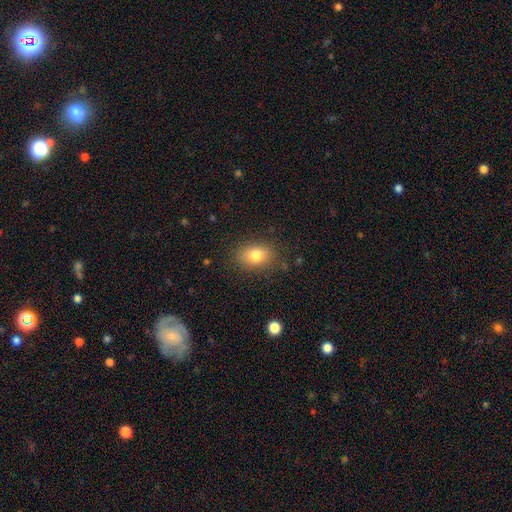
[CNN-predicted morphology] Smooth or featured: smooth — 79% (featured or disk — 11%)
How rounded: in between — 71% (round — 28%)
Merging: none — 84% (minor disturbance — 11%)